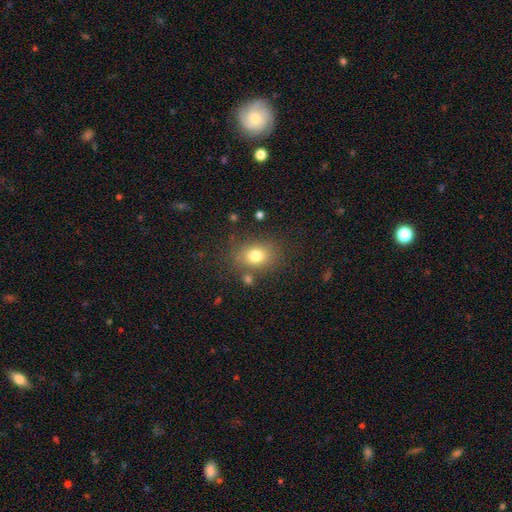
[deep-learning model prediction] smooth_or_featured: smooth (p=0.77) [alt: star or artifact p=0.13]
how_rounded: round (p=0.50) [alt: in between p=0.49]
merging: none (p=0.76) [alt: minor disturbance p=0.13]